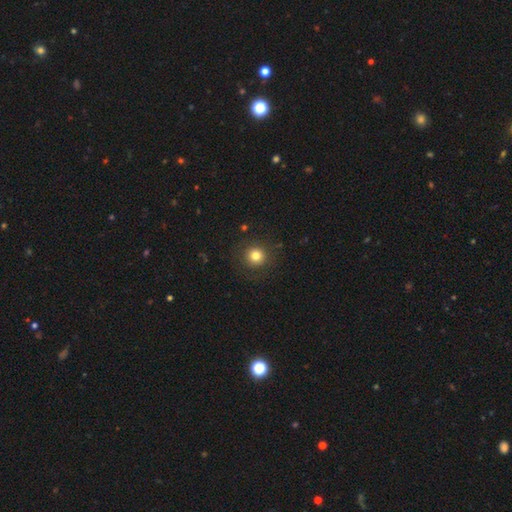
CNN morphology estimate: A smooth galaxy with no disk features (79%) that is round (94%). Merging: none (88%).